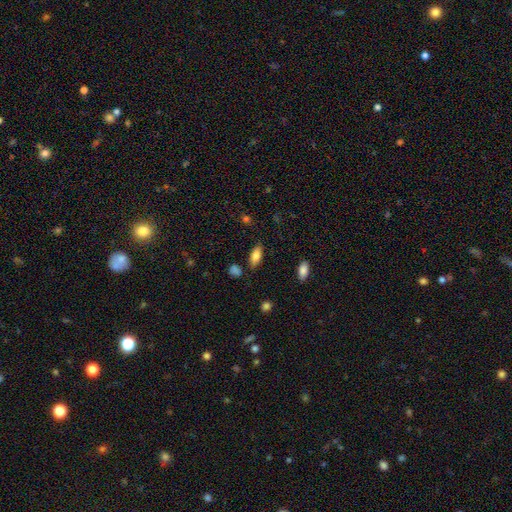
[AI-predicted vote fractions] Smooth or featured? Predicted: smooth (p=0.82). How rounded? Predicted: in between (p=0.85). Merging? Predicted: none (p=0.81).